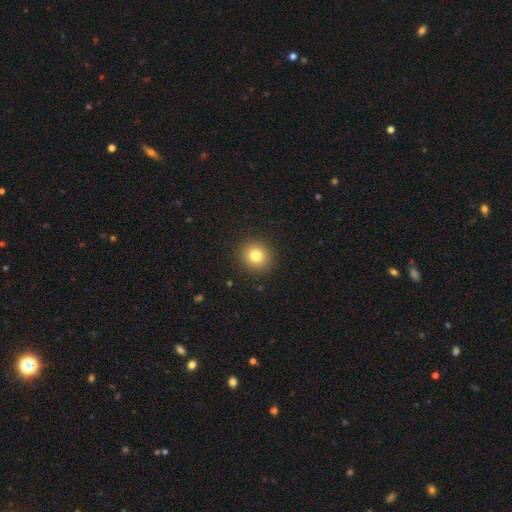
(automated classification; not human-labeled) smooth-or-featured: smooth: 79% | star or artifact: 12% | featured or disk: 8%
  how-rounded: round: 87% | in between: 12% | cigar-shaped: 1%
  merging: none: 91% | minor disturbance: 6% | major disturbance: 2% | merger: 1%